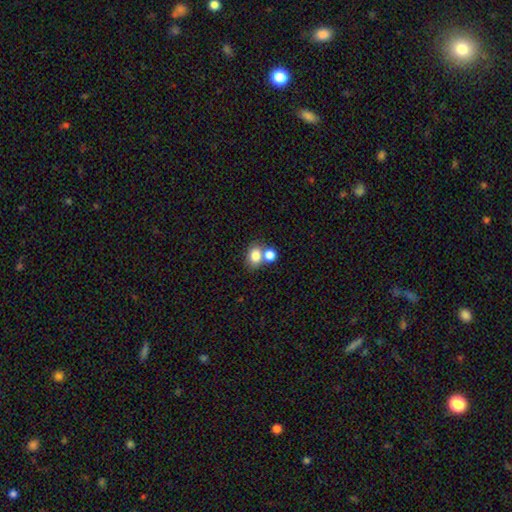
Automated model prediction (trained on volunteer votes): A smooth galaxy with no disk features (80%) that is in between round and cigar-shaped (50%).

Vote fractions:
- Smooth or featured? smooth: 80% / star or artifact: 10% / featured or disk: 9%
- How rounded? in between: 50% / round: 49% / cigar-shaped: 1%
- Merging? merger: 45% / none: 44% / minor disturbance: 8% / major disturbance: 3%